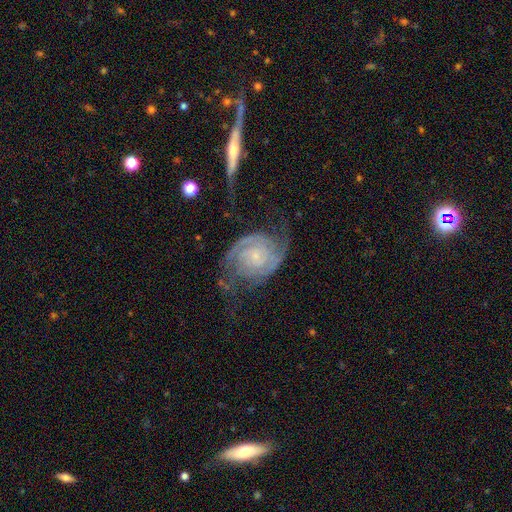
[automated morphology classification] The model was most divided on "spiral winding": tight: 53%, medium: 36%, loose: 11%. More confident: spiral arms — yes (97%); edge-on disk — no (96%); smooth or featured — featured or disk (88%); spiral arm count — 2 (73%); bulge size — small (70%); bar — no (68%); merging — none (59%).